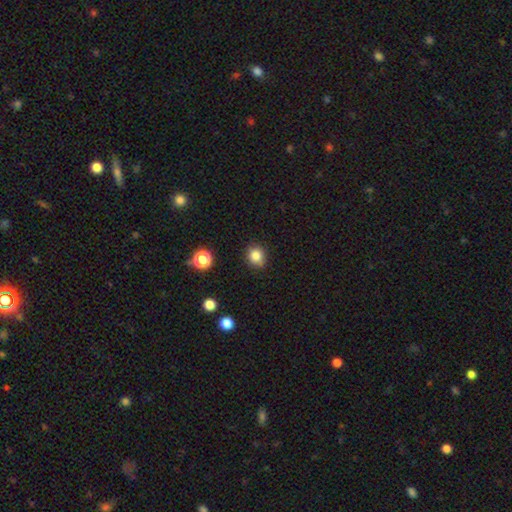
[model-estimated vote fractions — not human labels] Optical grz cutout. It shows a smooth galaxy with no disk features (83%) that is round (76%). Merging: none (82%).